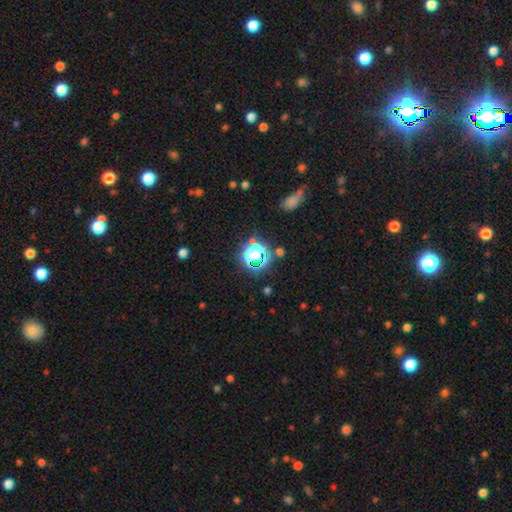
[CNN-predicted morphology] Smooth or featured: star or artifact — 55% (smooth — 34%)